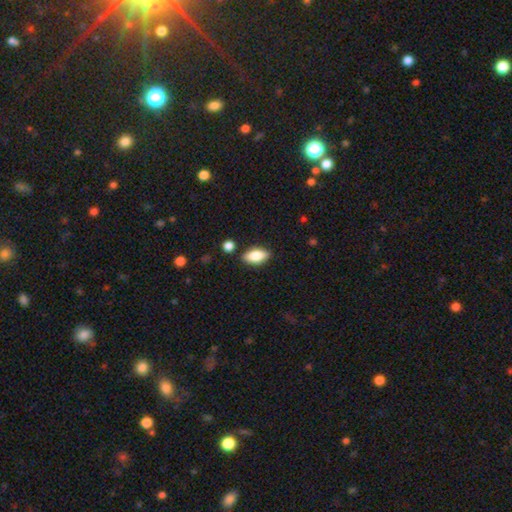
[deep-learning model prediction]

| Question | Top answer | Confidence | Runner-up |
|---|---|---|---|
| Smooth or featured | smooth | 79% | featured or disk (14%) |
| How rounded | in between | 87% | cigar-shaped (10%) |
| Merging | none | 84% | minor disturbance (11%) |